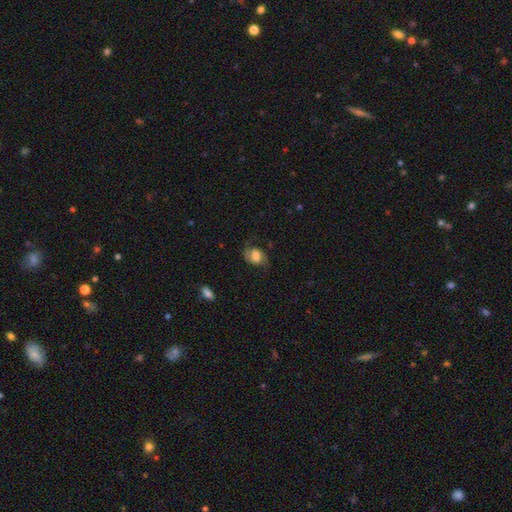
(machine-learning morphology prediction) Smooth or featured?
  - smooth: 51% *
  - featured or disk: 40%
  - star or artifact: 9%
How rounded?
  - in between: 66% *
  - round: 32%
  - cigar-shaped: 1%
Merging?
  - none: 61% *
  - minor disturbance: 23%
  - major disturbance: 15%
  - merger: 1%